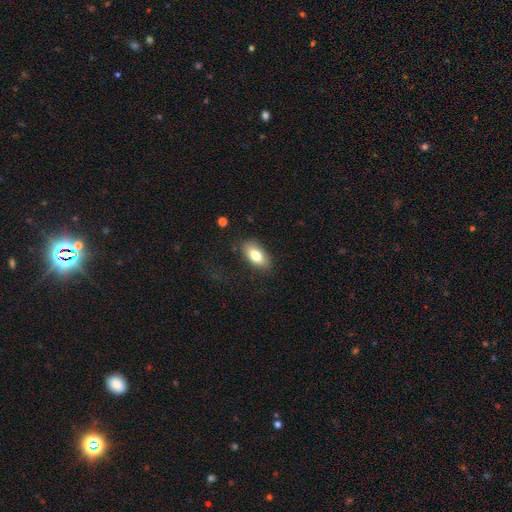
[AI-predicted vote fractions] The model was most divided on "smooth or featured": smooth: 79%, featured or disk: 14%, star or artifact: 7%. More confident: how rounded — in between (90%); merging — none (83%).